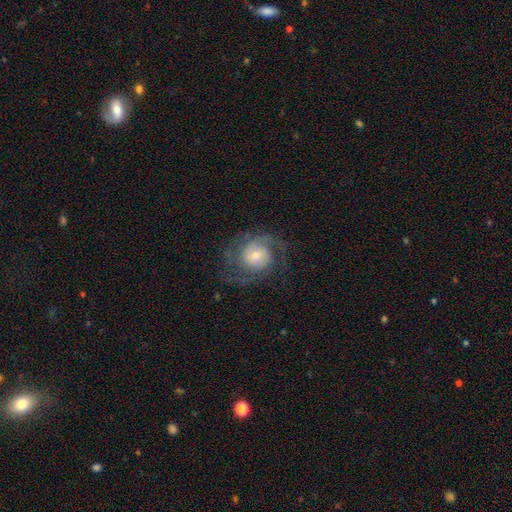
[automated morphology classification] Smooth or featured? Predicted: featured or disk (p=0.76). Edge-on disk? Predicted: no (p=0.98). Bar? Predicted: no (p=0.71). Spiral arms? Predicted: yes (p=0.91). Spiral winding? Predicted: medium (p=0.45). Spiral arm count? Predicted: 2 (p=0.55). Bulge size? Predicted: small (p=0.48). Merging? Predicted: none (p=0.67).